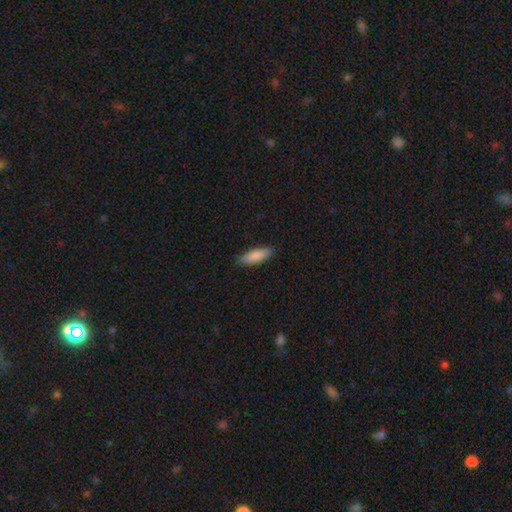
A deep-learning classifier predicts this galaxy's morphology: Smooth or featured? smooth (86%)
How rounded? in between (55%)
Merging? none (87%)